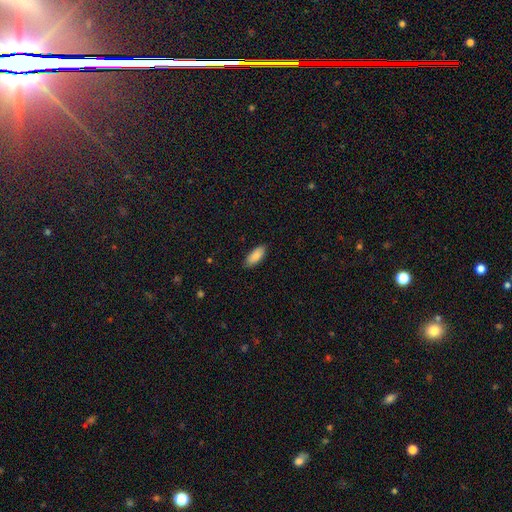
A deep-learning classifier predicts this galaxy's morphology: The model was most divided on "how rounded": in between: 83%, cigar-shaped: 15%, round: 2%. More confident: smooth or featured — smooth (88%); merging — none (86%).